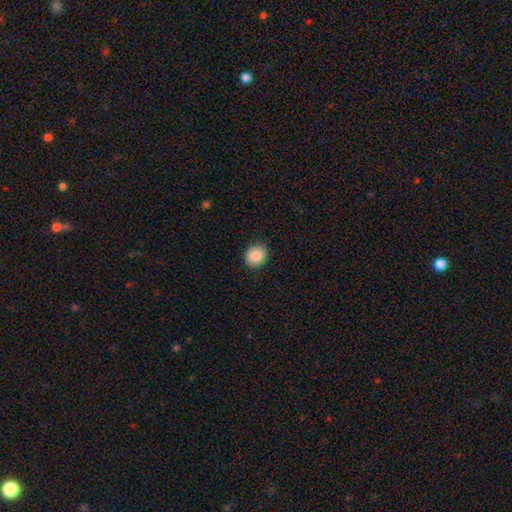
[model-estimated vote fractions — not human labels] Smooth or featured? Predicted: smooth (p=0.88). How rounded? Predicted: round (p=0.76). Merging? Predicted: none (p=0.90).